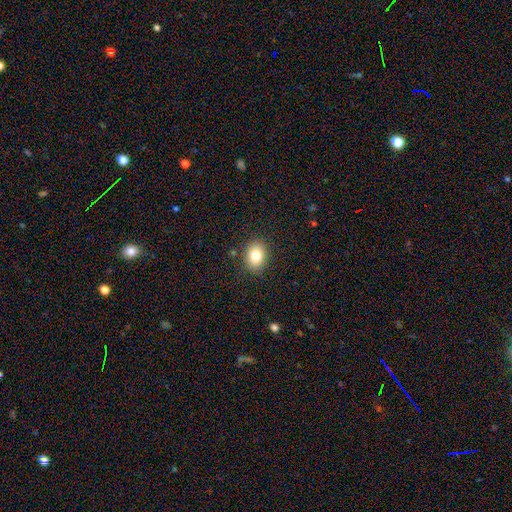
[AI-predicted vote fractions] A smooth galaxy with no disk features (81%) that is in between round and cigar-shaped (66%).

Vote fractions:
- Smooth or featured? smooth: 81% / star or artifact: 9% / featured or disk: 9%
- How rounded? in between: 66% / round: 33% / cigar-shaped: 1%
- Merging? none: 87% / minor disturbance: 9% / major disturbance: 3% / merger: 1%